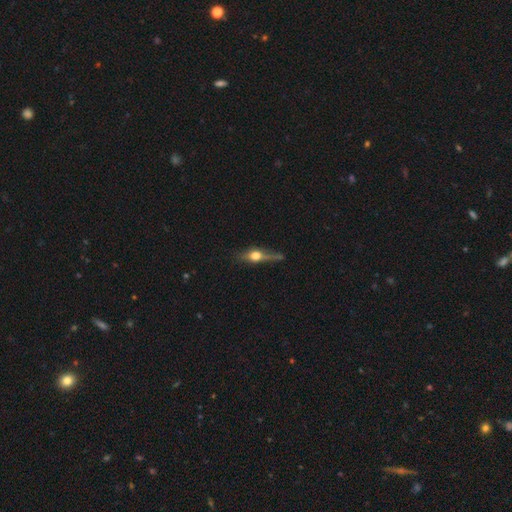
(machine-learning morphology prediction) A featured or disk galaxy (52%) viewed edge-on (85%). Merging: none (57%).